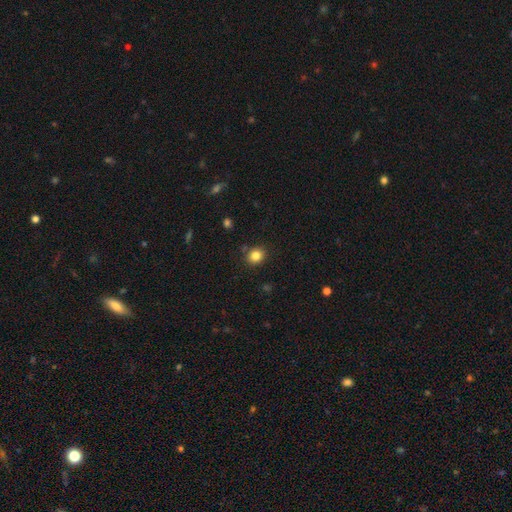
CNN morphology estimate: smooth 83%, star or artifact 11%, featured or disk 5%. Down the decision tree: how rounded — round (76%); merging — none (86%).